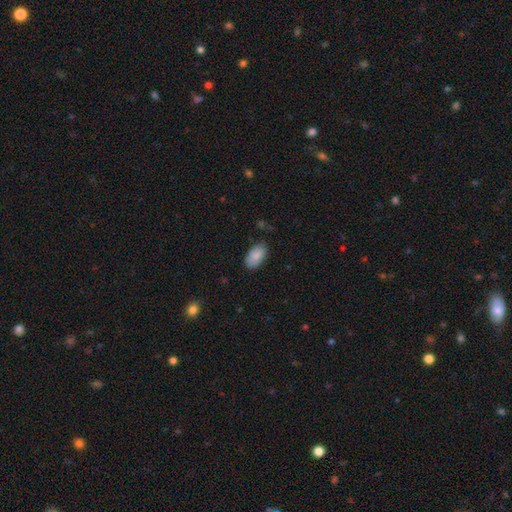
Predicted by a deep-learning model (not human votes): smooth_or_featured: smooth (p=0.87) [alt: featured or disk p=0.07]
how_rounded: in between (p=0.94) [alt: round p=0.04]
merging: none (p=0.79) [alt: minor disturbance p=0.16]